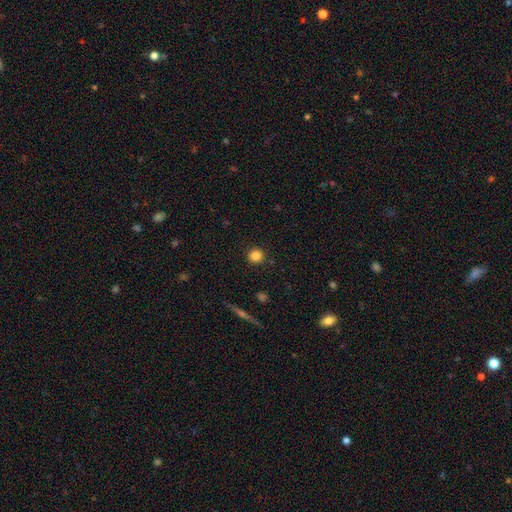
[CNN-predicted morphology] The model was most divided on "smooth or featured": smooth: 83%, star or artifact: 11%, featured or disk: 6%. More confident: how rounded — round (93%); merging — none (90%).